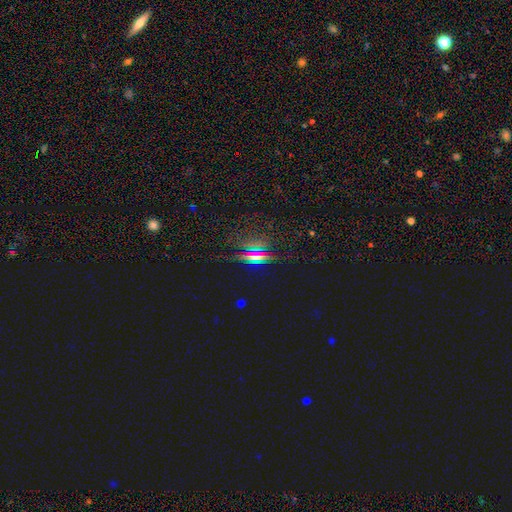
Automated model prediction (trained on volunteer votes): Morphology: type=star or artifact (46%).